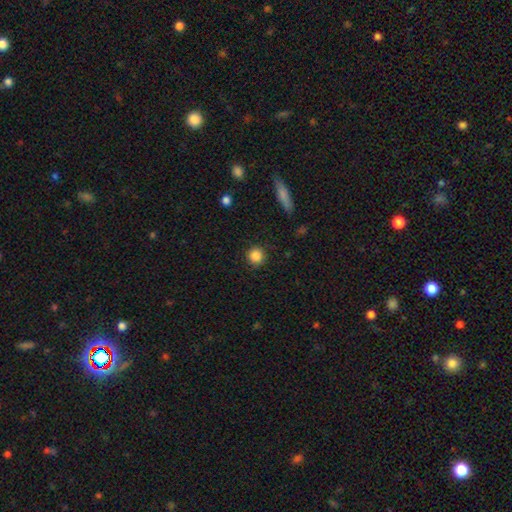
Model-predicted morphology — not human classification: A smooth galaxy with no disk features (86%) that is round (92%). Merging: none (89%).